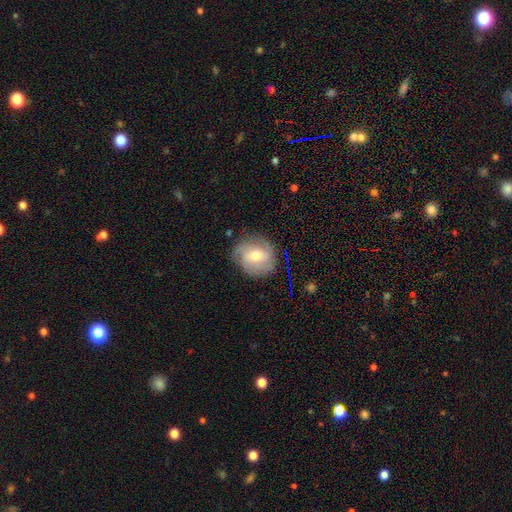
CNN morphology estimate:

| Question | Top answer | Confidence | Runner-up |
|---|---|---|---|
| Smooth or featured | featured or disk | 59% | smooth (33%) |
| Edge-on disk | no | 96% | yes (4%) |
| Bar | weak | 44% | no (41%) |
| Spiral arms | yes | 84% | no (16%) |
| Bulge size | moderate | 64% | small (30%) |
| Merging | none | 74% | minor disturbance (18%) |